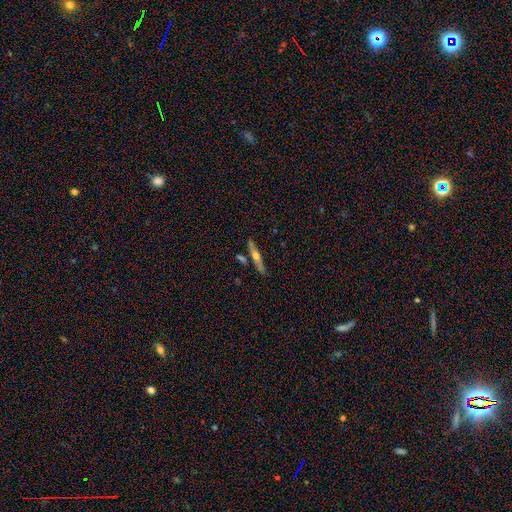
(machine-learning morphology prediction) Smooth or featured? featured or disk (58%)
Edge-on disk? yes (94%)
Edge-on bulge? rounded (89%)
Merging? none (79%)